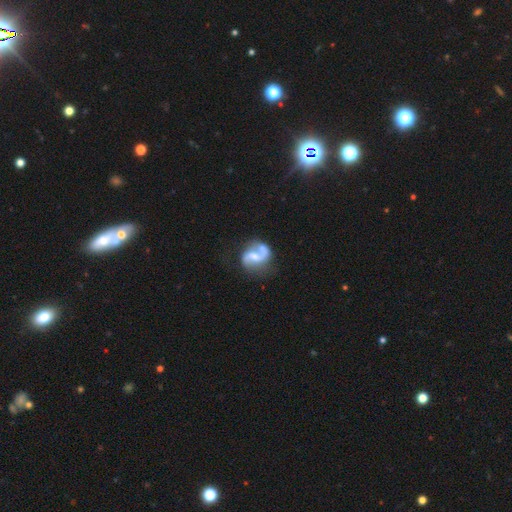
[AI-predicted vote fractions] A featured or disk galaxy (83%) with a weak bar (47%), 2 (89%) loose (47%) spiral arms (94%) and a moderate central bulge (42%). Merging: none (61%).